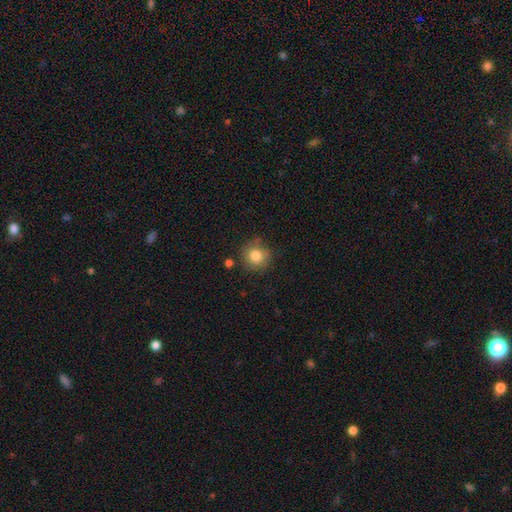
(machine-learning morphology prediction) type=smooth (82%); roundness=round (91%); merging=none (79%).